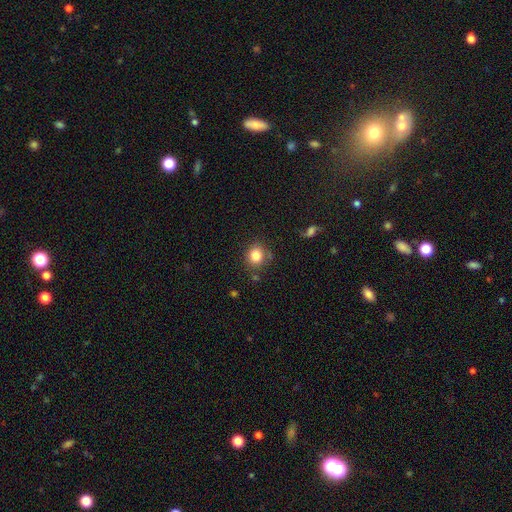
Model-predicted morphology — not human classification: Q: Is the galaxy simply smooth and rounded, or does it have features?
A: smooth — 83%.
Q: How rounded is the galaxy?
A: round — 79%.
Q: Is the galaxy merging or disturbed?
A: none — 80%.